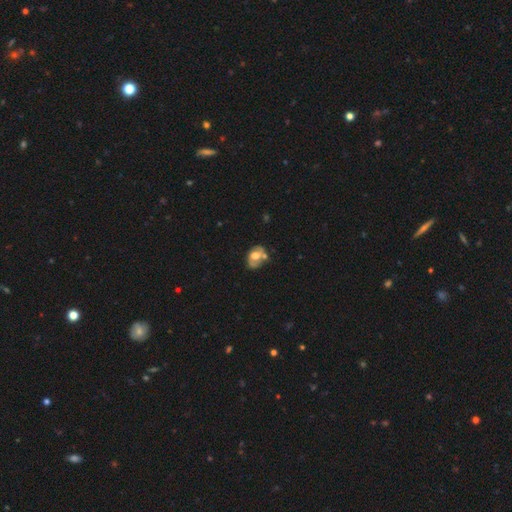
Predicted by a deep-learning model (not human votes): Smooth or featured? Predicted: featured or disk (p=0.48). Merging? Predicted: none (p=0.46).